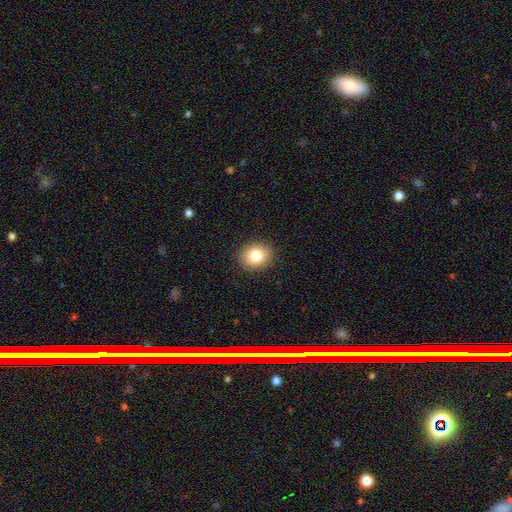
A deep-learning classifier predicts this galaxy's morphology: A smooth galaxy with no disk features (82%) that is round (64%). Merging: none (90%).